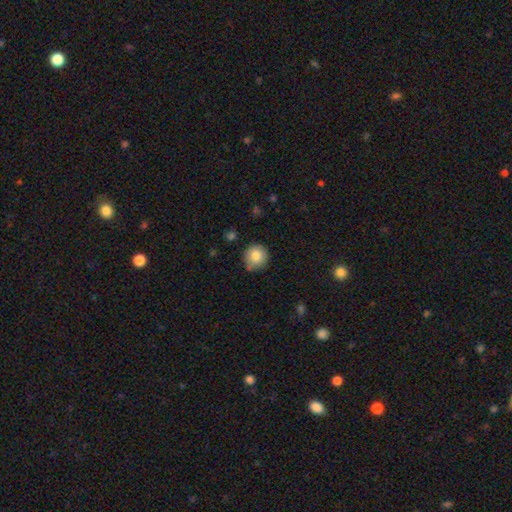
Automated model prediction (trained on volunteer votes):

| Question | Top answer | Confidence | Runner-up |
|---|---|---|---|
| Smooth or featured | smooth | 83% | star or artifact (9%) |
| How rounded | round | 93% | in between (6%) |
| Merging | none | 81% | minor disturbance (14%) |